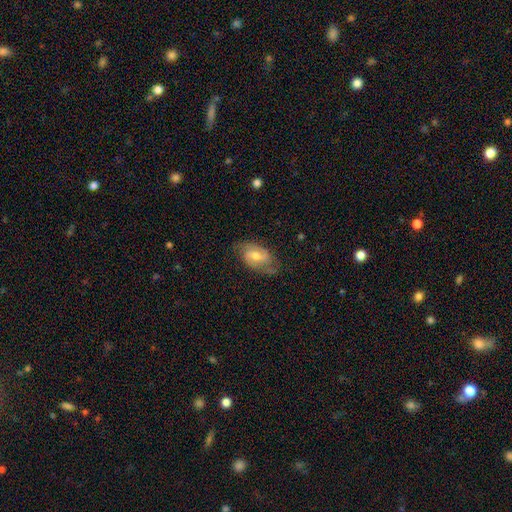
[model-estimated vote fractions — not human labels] Overall: featured or disk (69%). Edge-on disk: no (95%). Bar: weak (49%; no 36%). Spiral arms: yes (88%). Spiral arm count: 2 (83%). Spiral winding: medium (46%; tight 30%). Bulge size: moderate (62%; small 31%). Merging: none (71%).